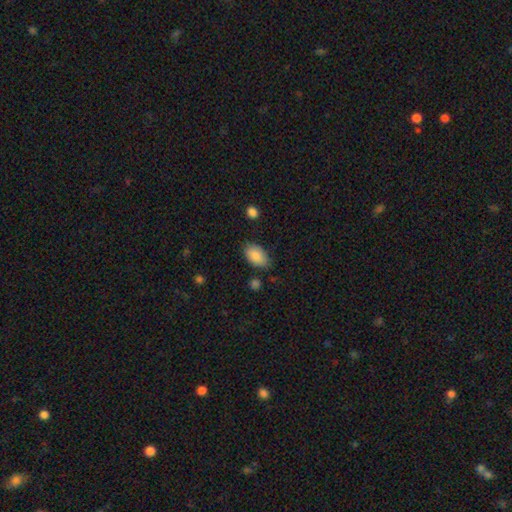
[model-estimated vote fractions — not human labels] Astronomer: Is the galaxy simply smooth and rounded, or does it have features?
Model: smooth — 88%.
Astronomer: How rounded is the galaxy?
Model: in between — 92%.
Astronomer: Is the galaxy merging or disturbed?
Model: none — 78%.